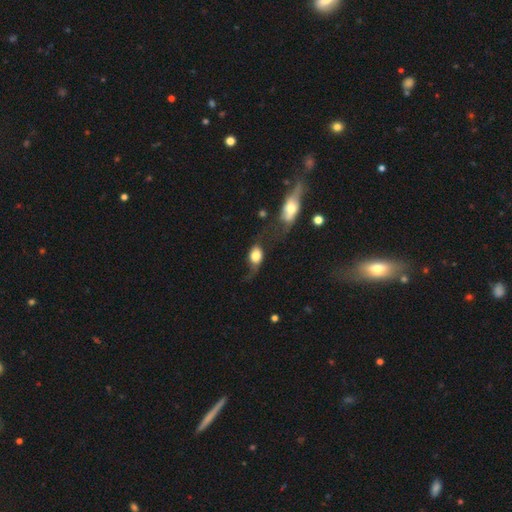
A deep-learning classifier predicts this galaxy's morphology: This is likely a smooth galaxy (66%). How rounded: likely in between (68%). Merging: marginally major disturbance (35%).